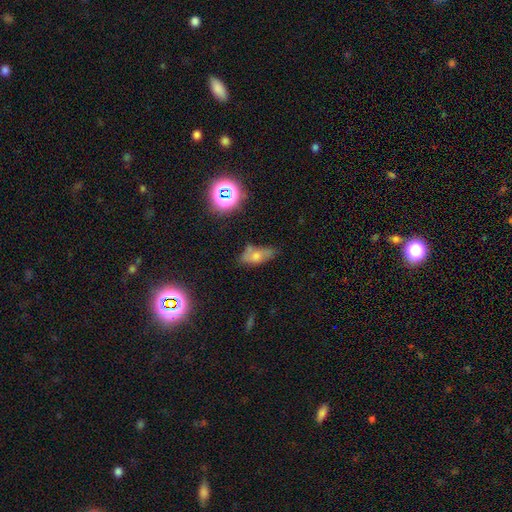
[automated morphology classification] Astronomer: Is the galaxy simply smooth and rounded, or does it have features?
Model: smooth — 57%.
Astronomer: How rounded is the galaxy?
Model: in between — 82%.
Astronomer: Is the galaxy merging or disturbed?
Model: none — 48% (runner-up: minor disturbance, 33%).